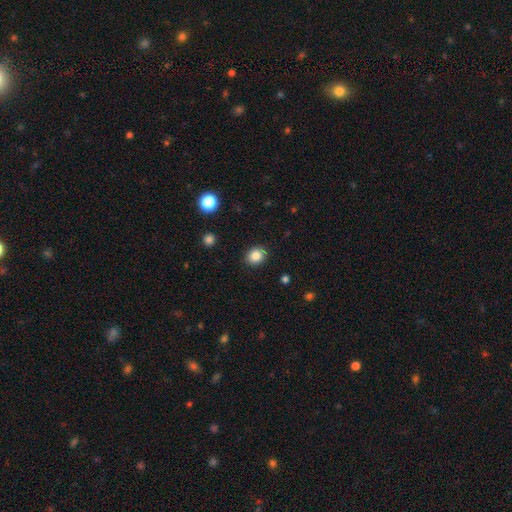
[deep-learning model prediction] This appears to be a smooth galaxy with no disk features (85%) that is round (63%). Merging: none (89%).